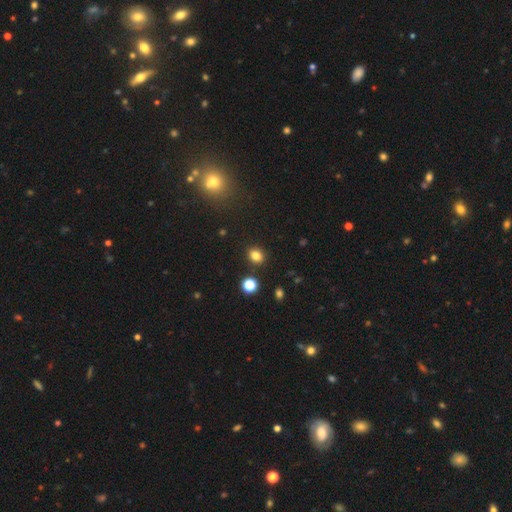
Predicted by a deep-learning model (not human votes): smooth_or_featured: smooth (p=0.81) [alt: star or artifact p=0.13]
how_rounded: round (p=0.51) [alt: in between p=0.47]
merging: none (p=0.86) [alt: minor disturbance p=0.08]